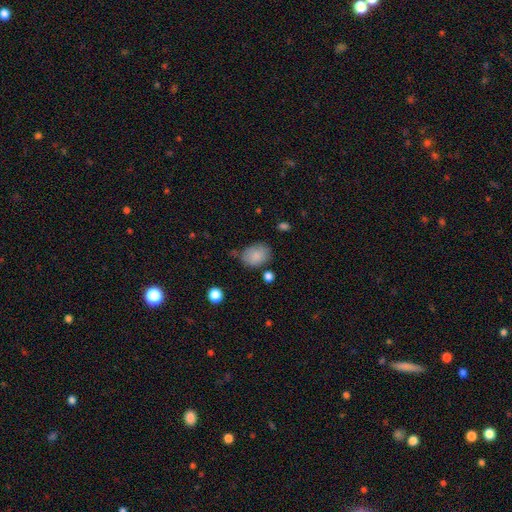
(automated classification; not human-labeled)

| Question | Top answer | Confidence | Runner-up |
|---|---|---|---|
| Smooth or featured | smooth | 85% | star or artifact (8%) |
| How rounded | in between | 68% | round (31%) |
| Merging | none | 65% | minor disturbance (23%) |